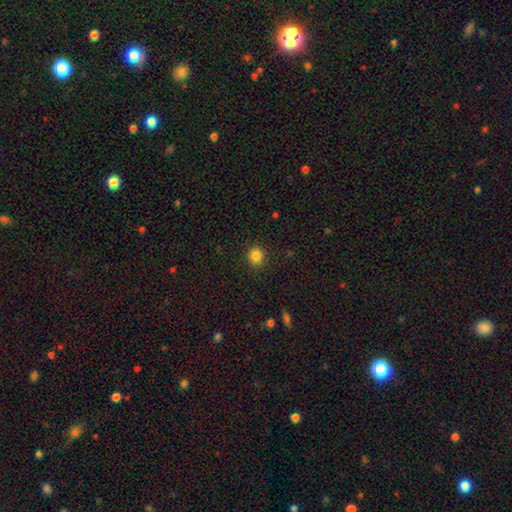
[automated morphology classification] A smooth galaxy with no disk features (84%) that is round (88%).

Vote fractions:
- Smooth or featured? smooth: 84% / star or artifact: 12% / featured or disk: 5%
- How rounded? round: 88% / in between: 11% / cigar-shaped: 1%
- Merging? none: 90% / minor disturbance: 7% / major disturbance: 2% / merger: 1%